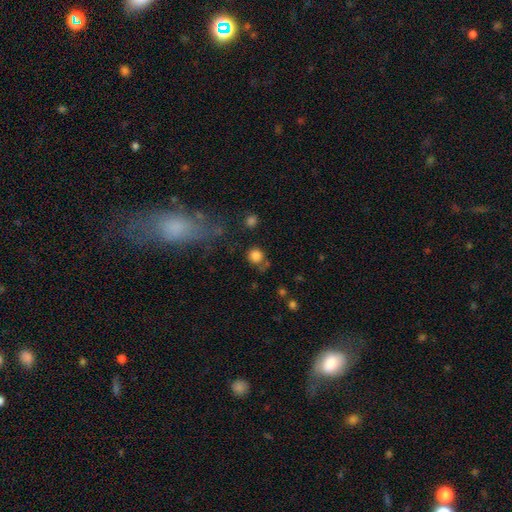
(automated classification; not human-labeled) smooth_or_featured: smooth (p=0.83) [alt: star or artifact p=0.12]
how_rounded: round (p=0.90) [alt: in between p=0.09]
merging: none (p=0.73) [alt: minor disturbance p=0.14]